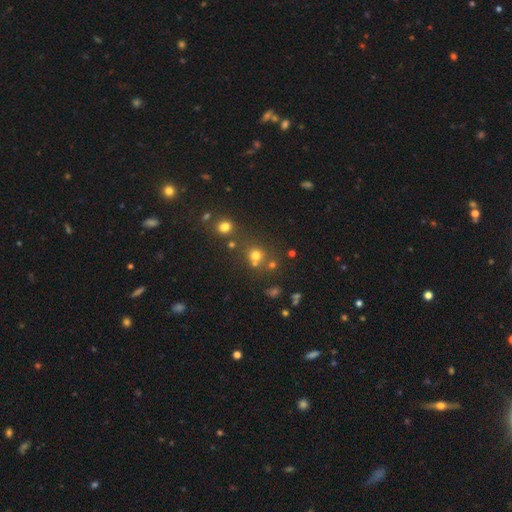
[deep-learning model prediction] Q: Smooth or featured?
A: smooth (68%); runner-up: star or artifact (23%)
Q: How rounded?
A: round (86%); runner-up: in between (13%)
Q: Merging?
A: none (62%); runner-up: merger (24%)